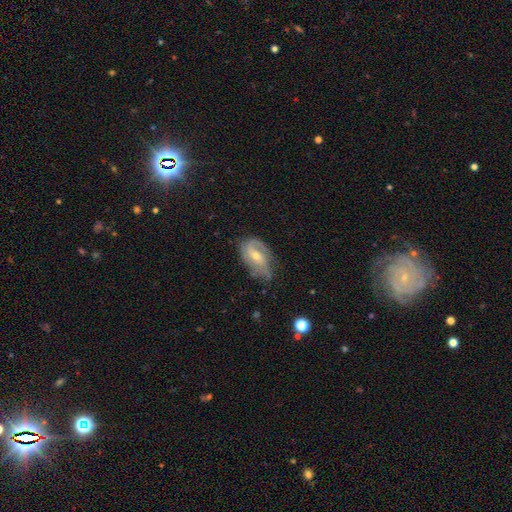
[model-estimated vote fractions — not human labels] Smooth or featured: featured or disk — 73% (smooth — 20%)
Edge-on disk: no — 95% (yes — 5%)
Bar: weak — 43% (no — 41%)
Spiral arms: yes — 88% (no — 12%)
Spiral winding: medium — 42% (tight — 30%)
Spiral arm count: 2 — 53% (can't tell — 20%)
Bulge size: moderate — 48% (tied with small — 48%)
Merging: none — 50% (minor disturbance — 33%)